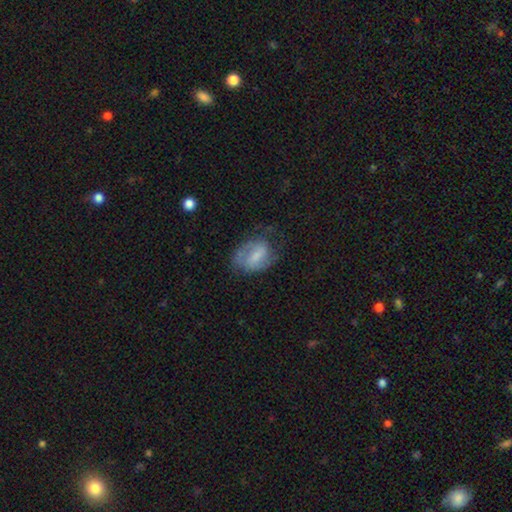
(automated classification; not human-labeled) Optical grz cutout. It shows a featured or disk galaxy (52%) with a weak bar (50%), spiral arms (75%) and a small central bulge (34%). Merging: none (52%).